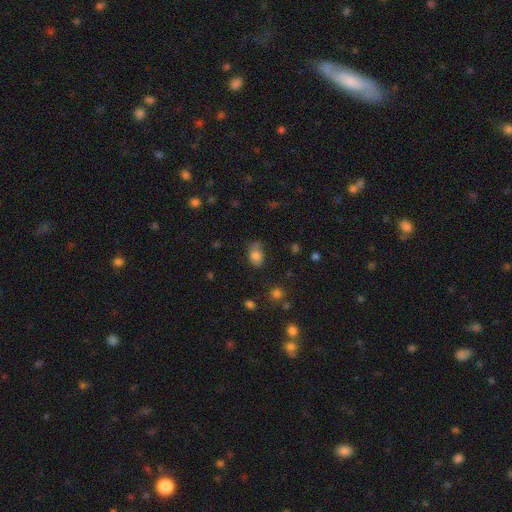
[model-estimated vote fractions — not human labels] Smooth or featured? Predicted: smooth (p=0.76). How rounded? Predicted: in between (p=0.76). Merging? Predicted: none (p=0.53).